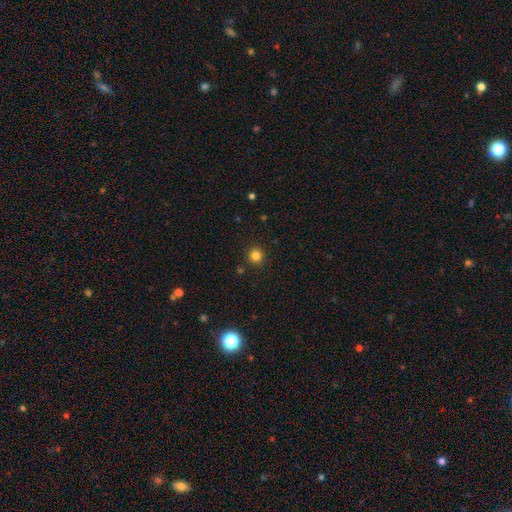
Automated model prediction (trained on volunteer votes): Morphology: type=smooth (82%); roundness=round (94%); merging=none (91%).